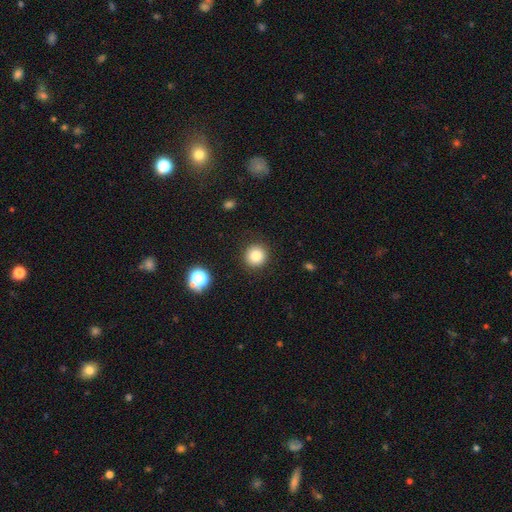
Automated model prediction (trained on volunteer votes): Overall: smooth (83%). How rounded: round (93%). Merging: none (90%).